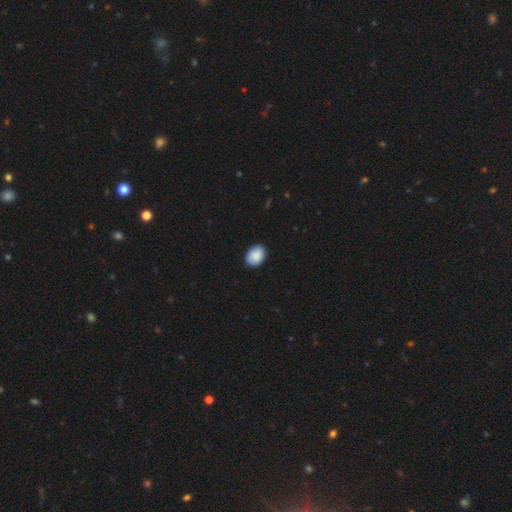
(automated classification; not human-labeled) Q: Smooth or featured?
A: smooth (90%); runner-up: star or artifact (6%)
Q: How rounded?
A: in between (76%); runner-up: round (23%)
Q: Merging?
A: none (89%); runner-up: minor disturbance (8%)